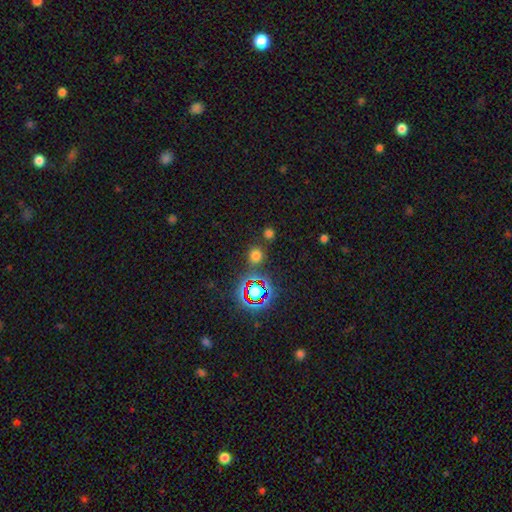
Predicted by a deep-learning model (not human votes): Morphology: type=smooth (64%); roundness=round (87%); merging=none (78%).